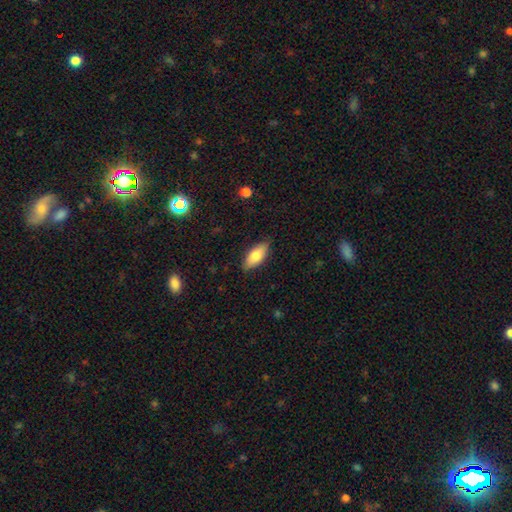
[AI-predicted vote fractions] Morphology: type=smooth (78%); roundness=in between (84%); merging=none (86%).